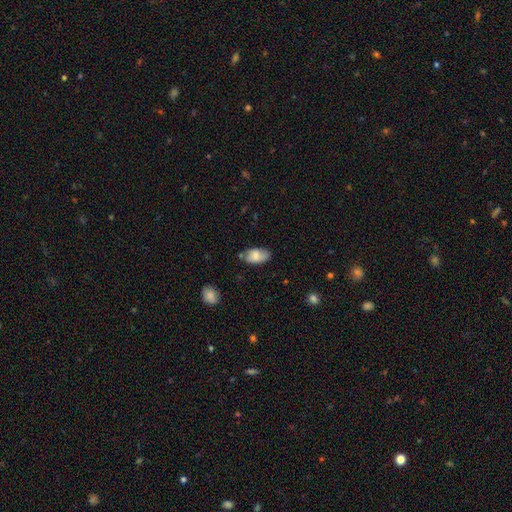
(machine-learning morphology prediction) smooth 75%, featured or disk 18%, star or artifact 8%. Down the decision tree: how rounded — in between (93%); merging — none (63%).